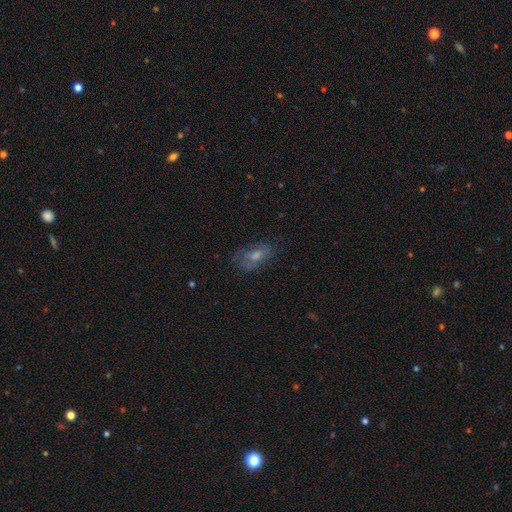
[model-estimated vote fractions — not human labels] Q: Smooth or featured?
A: featured or disk (44%); runner-up: smooth (37%)
Q: Merging?
A: none (69%); runner-up: minor disturbance (20%)